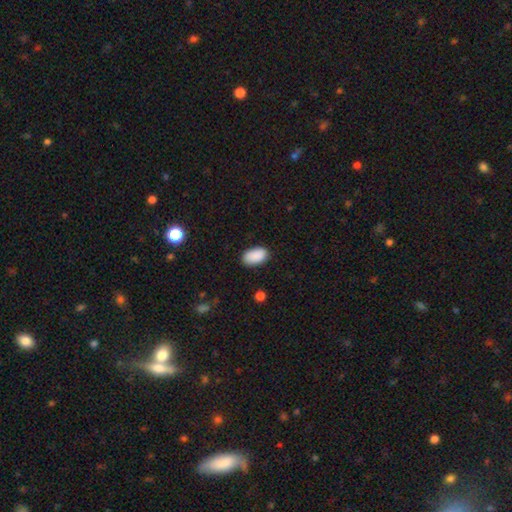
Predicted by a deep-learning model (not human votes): Smooth or featured? smooth (90%)
How rounded? in between (94%)
Merging? none (84%)